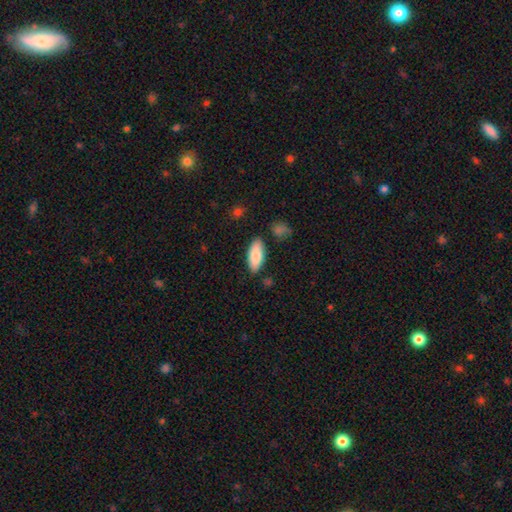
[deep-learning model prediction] A smooth galaxy with no disk features (85%) that is in between round and cigar-shaped (82%).

Vote fractions:
- Smooth or featured? smooth: 85% / featured or disk: 10% / star or artifact: 6%
- How rounded? in between: 82% / cigar-shaped: 16% / round: 2%
- Merging? none: 83% / minor disturbance: 12% / merger: 3% / major disturbance: 3%